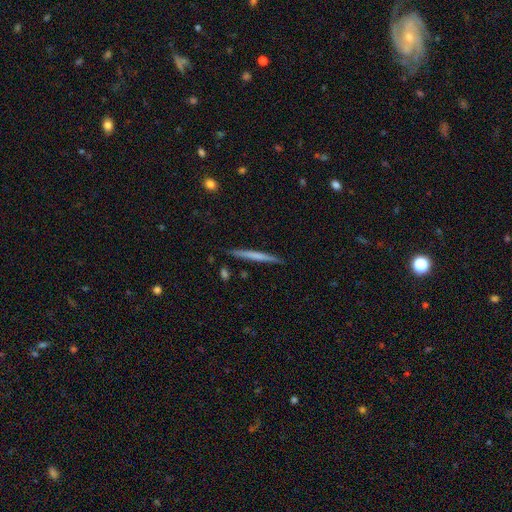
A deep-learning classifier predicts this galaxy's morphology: A smooth galaxy with no disk features (57%) that is cigar-shaped (97%).

Vote fractions:
- Smooth or featured? smooth: 57% / featured or disk: 38% / star or artifact: 5%
- How rounded? cigar-shaped: 97% / in between: 2% / round: 1%
- Merging? none: 89% / minor disturbance: 8% / merger: 2% / major disturbance: 1%